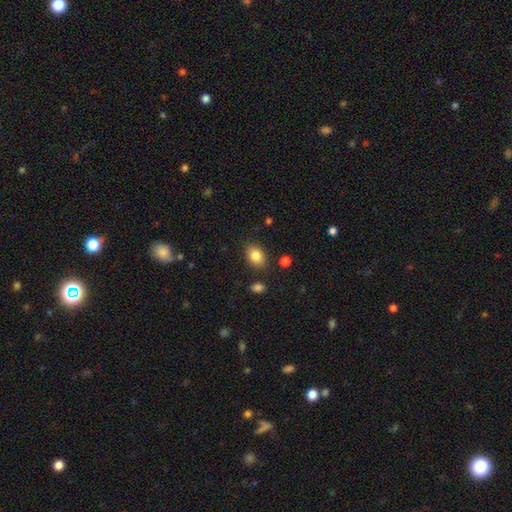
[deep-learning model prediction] smooth_or_featured: smooth (p=0.84) [alt: star or artifact p=0.08]
how_rounded: in between (p=0.78) [alt: round p=0.21]
merging: none (p=0.83) [alt: minor disturbance p=0.11]